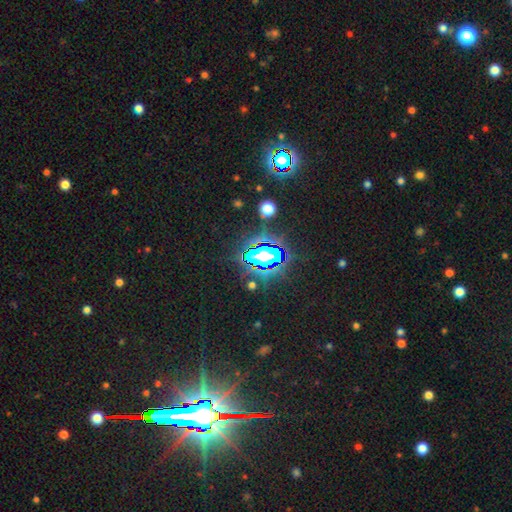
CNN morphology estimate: smooth_or_featured: star or artifact (p=0.78) [alt: smooth p=0.13]